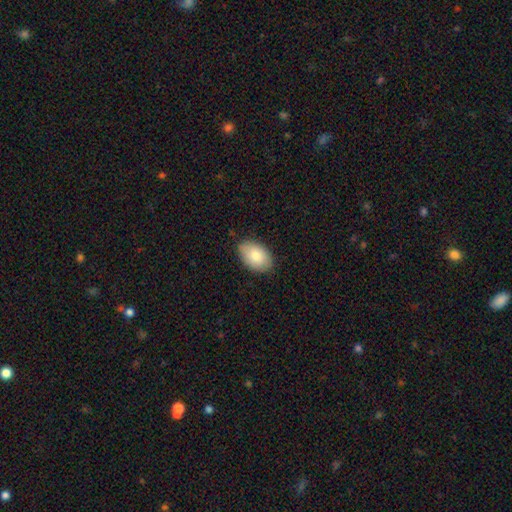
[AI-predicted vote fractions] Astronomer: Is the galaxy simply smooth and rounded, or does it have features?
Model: smooth — 81%.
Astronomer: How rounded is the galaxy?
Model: in between — 90%.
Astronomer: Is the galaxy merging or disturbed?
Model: none — 82%.